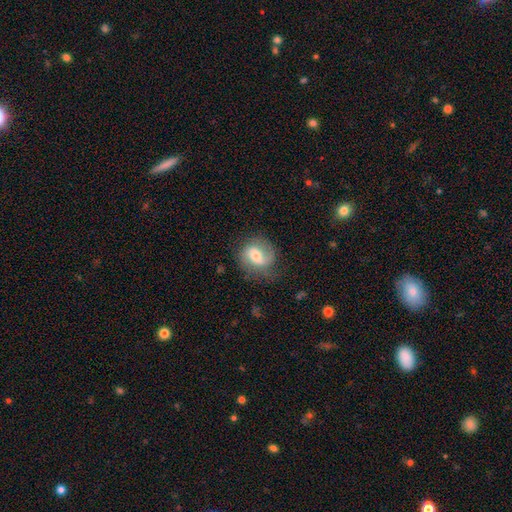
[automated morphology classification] Q: Smooth or featured?
A: featured or disk (57%); runner-up: smooth (36%)
Q: Edge-on disk?
A: no (97%); runner-up: yes (3%)
Q: Bar?
A: weak (47%); runner-up: no (36%)
Q: Spiral arms?
A: yes (87%); runner-up: no (13%)
Q: Bulge size?
A: moderate (56%); runner-up: small (30%)
Q: Merging?
A: none (63%); runner-up: minor disturbance (23%)